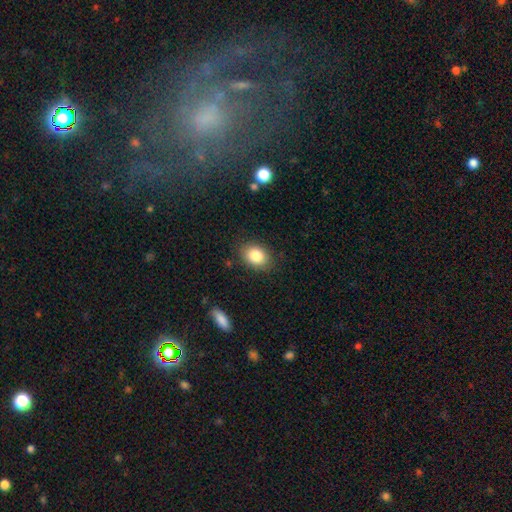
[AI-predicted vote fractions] This is clearly a smooth galaxy (83%). How rounded: likely in between (70%). Merging: clearly none (85%).